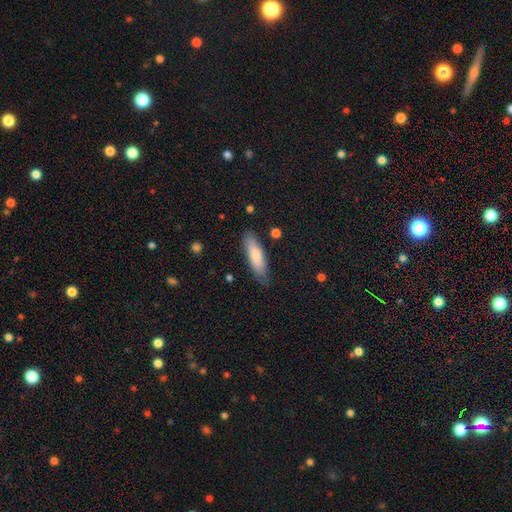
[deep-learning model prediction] Overall: smooth (77%). How rounded: cigar-shaped (57%; in between 42%). Merging: none (80%).